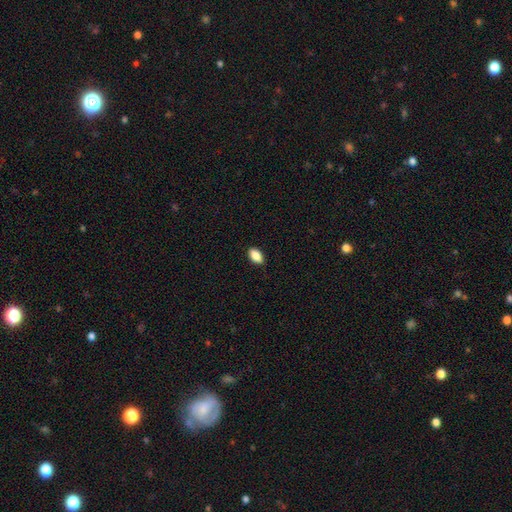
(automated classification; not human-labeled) smooth 89%, star or artifact 7%, featured or disk 4%. Down the decision tree: how rounded — in between (92%); merging — none (88%).